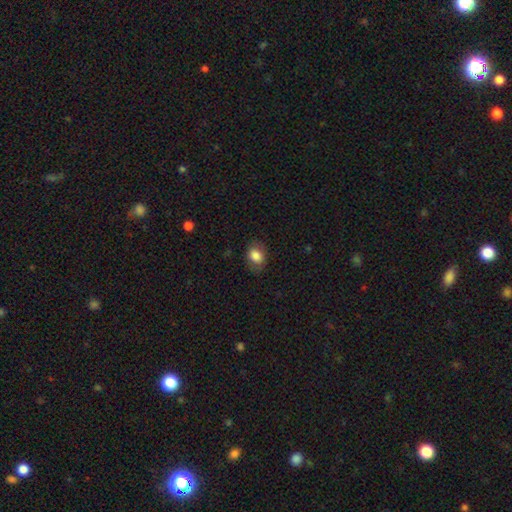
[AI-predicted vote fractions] Overall: smooth (83%). How rounded: in between (62%; round 37%). Merging: none (79%).